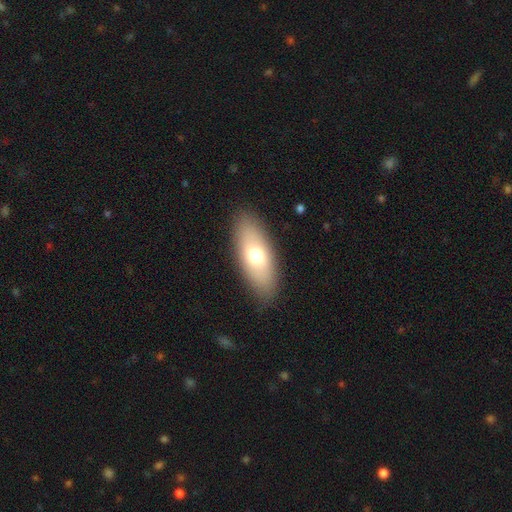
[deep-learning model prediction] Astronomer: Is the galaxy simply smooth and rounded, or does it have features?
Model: smooth — 68%.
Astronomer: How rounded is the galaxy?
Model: in between — 83%.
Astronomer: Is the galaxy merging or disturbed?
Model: none — 87%.